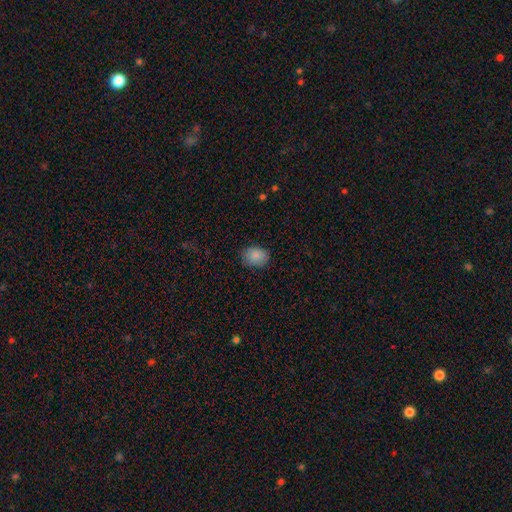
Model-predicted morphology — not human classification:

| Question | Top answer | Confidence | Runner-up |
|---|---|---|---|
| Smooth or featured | smooth | 87% | star or artifact (8%) |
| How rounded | in between | 64% | round (35%) |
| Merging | none | 80% | minor disturbance (15%) |